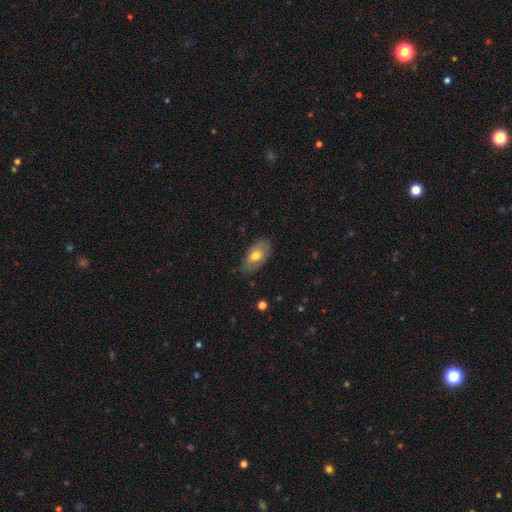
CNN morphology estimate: This is likely a smooth galaxy (62%). How rounded: clearly in between (92%). Merging: likely none (79%).